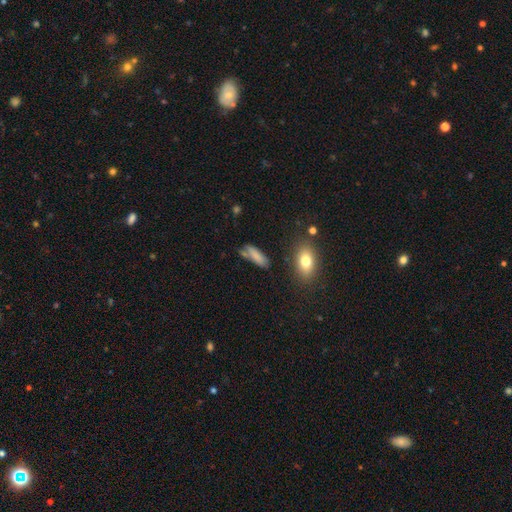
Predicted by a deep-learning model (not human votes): smooth_or_featured: smooth (p=0.79) [alt: featured or disk p=0.12]
how_rounded: in between (p=0.50) [alt: cigar-shaped p=0.47]
merging: none (p=0.60) [alt: minor disturbance p=0.23]